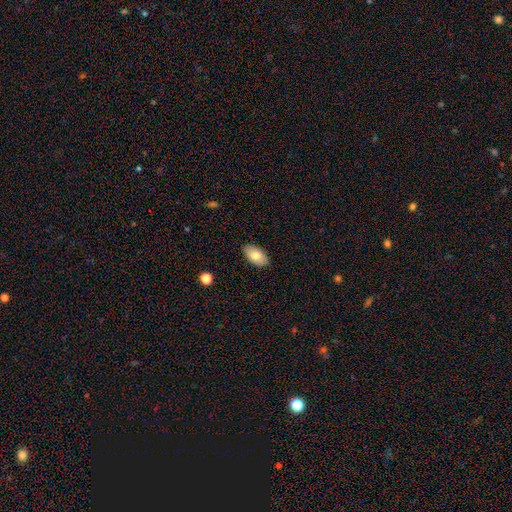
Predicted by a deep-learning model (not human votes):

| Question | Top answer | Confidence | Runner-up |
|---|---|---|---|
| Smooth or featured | smooth | 79% | featured or disk (15%) |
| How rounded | in between | 94% | round (4%) |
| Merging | none | 86% | minor disturbance (11%) |